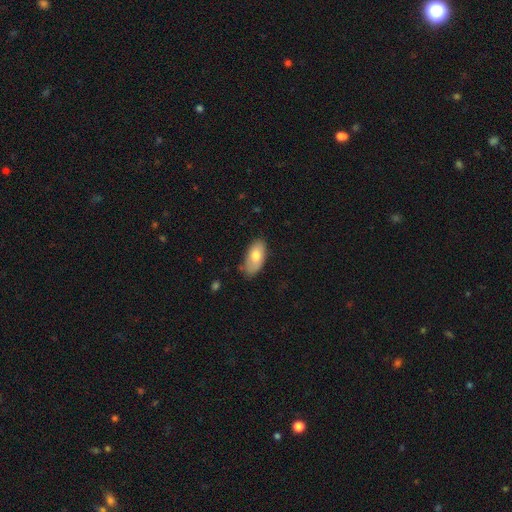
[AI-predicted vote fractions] The model was most divided on "merging": none: 70%, minor disturbance: 24%, major disturbance: 4%, merger: 2%. More confident: how rounded — in between (93%); smooth or featured — smooth (72%).